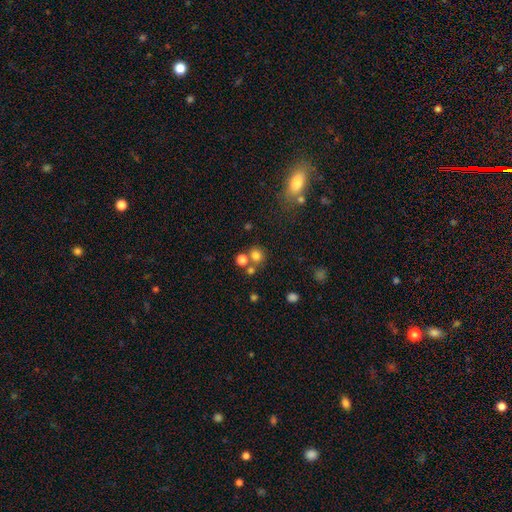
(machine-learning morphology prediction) The model was most divided on "merging": none: 66%, merger: 22%, minor disturbance: 8%, major disturbance: 4%. More confident: how rounded — round (87%); smooth or featured — smooth (76%).